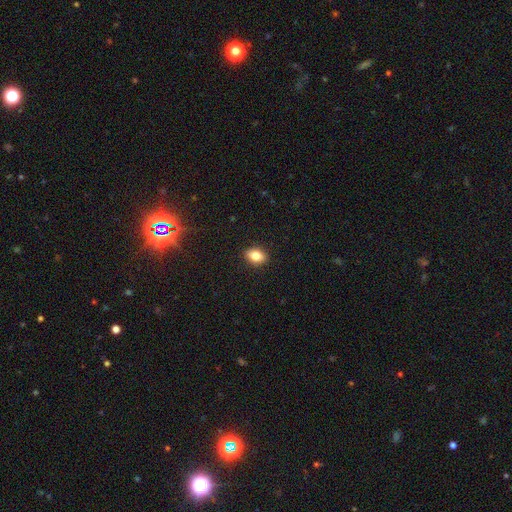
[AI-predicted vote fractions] A smooth galaxy with no disk features (82%) that is in between round and cigar-shaped (74%).

Vote fractions:
- Smooth or featured? smooth: 82% / star or artifact: 9% / featured or disk: 8%
- How rounded? in between: 74% / round: 24% / cigar-shaped: 1%
- Merging? none: 90% / minor disturbance: 7% / major disturbance: 2% / merger: 1%